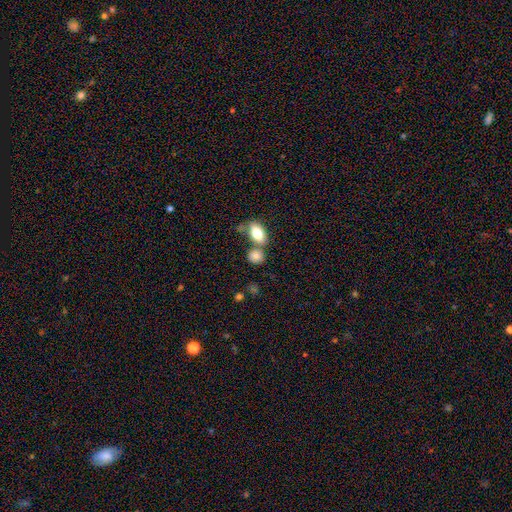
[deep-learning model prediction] Q: Smooth or featured?
A: smooth (82%); runner-up: featured or disk (9%)
Q: How rounded?
A: in between (56%); runner-up: round (42%)
Q: Merging?
A: none (55%); runner-up: merger (30%)